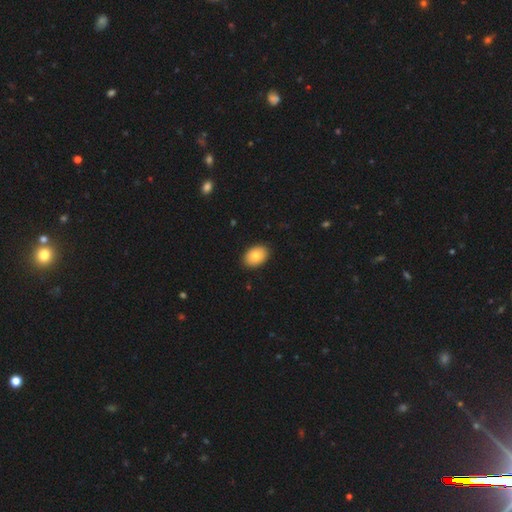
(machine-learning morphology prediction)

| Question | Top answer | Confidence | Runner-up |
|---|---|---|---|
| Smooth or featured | smooth | 83% | featured or disk (10%) |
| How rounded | in between | 81% | round (18%) |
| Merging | none | 90% | minor disturbance (7%) |